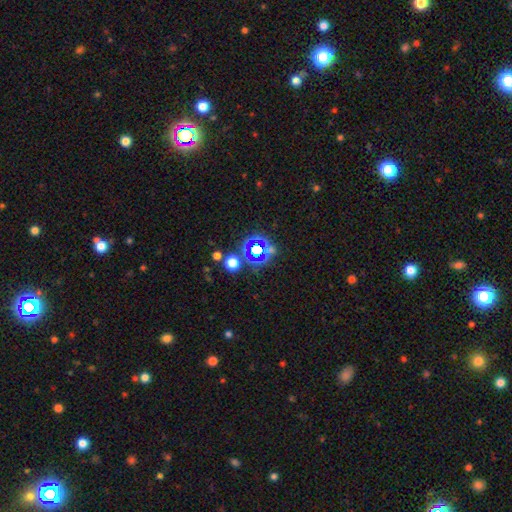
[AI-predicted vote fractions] A star or artifact, not a galaxy (69%).